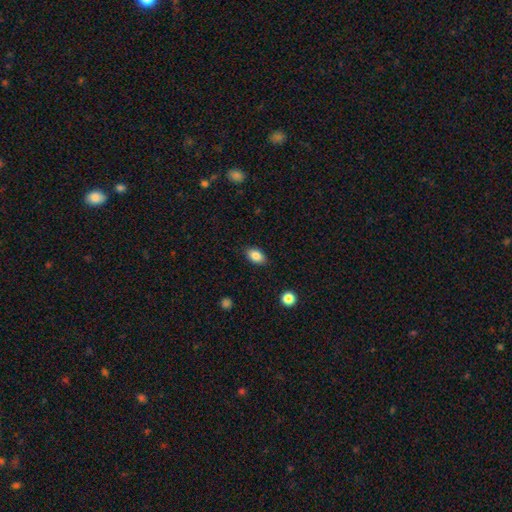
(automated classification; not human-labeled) Q: Smooth or featured?
A: smooth (85%); runner-up: star or artifact (8%)
Q: How rounded?
A: in between (89%); runner-up: round (9%)
Q: Merging?
A: none (87%); runner-up: minor disturbance (10%)